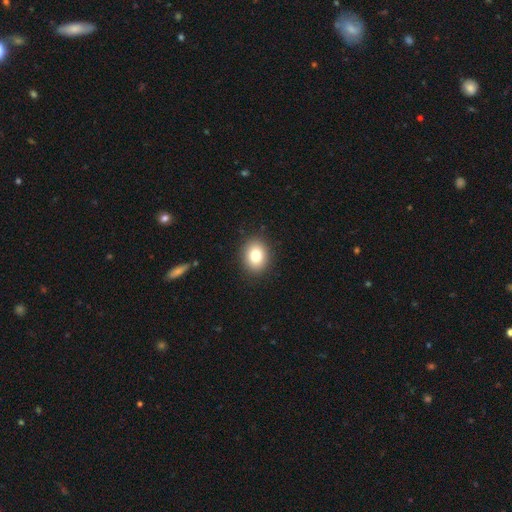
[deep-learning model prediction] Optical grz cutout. It shows a smooth galaxy with no disk features (81%) that is in between round and cigar-shaped (51%). Merging: none (89%).